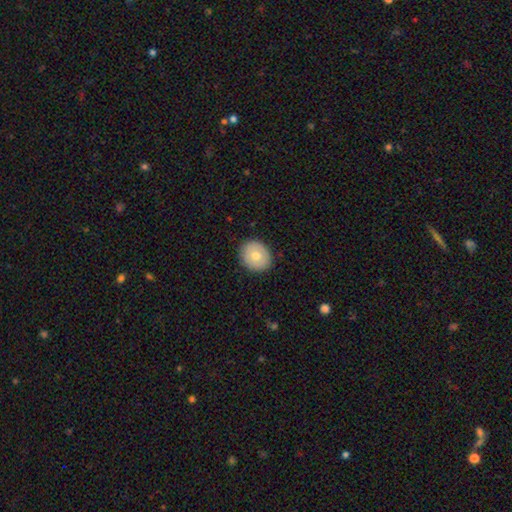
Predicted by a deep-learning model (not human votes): Smooth or featured? smooth (70%)
How rounded? round (77%)
Merging? none (90%)